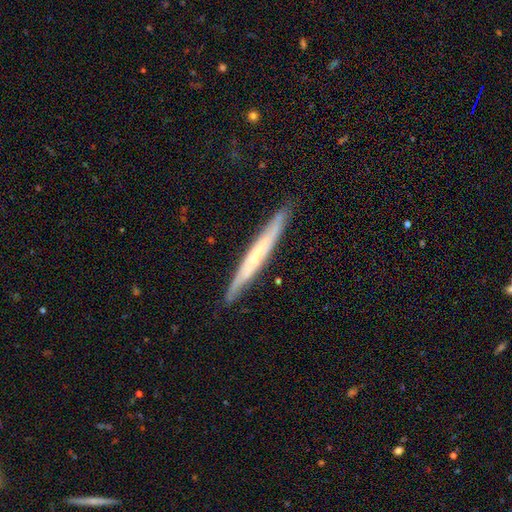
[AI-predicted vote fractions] A featured or disk galaxy (58%) viewed edge-on (91%) with no central bulge (69%).

Vote fractions:
- Smooth or featured? featured or disk: 58% / smooth: 37% / star or artifact: 6%
- Edge-on disk? yes: 91% / no: 9%
- Edge-on bulge? none: 69% / rounded: 23% / boxy: 8%
- Merging? none: 88% / minor disturbance: 10% / major disturbance: 2% / merger: 1%